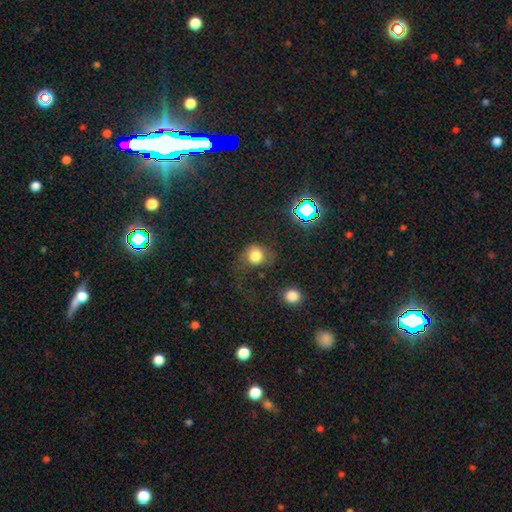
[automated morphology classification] The model was most divided on "merging": none: 54%, major disturbance: 22%, minor disturbance: 20%, merger: 4%. More confident: how rounded — round (79%); smooth or featured — smooth (76%).